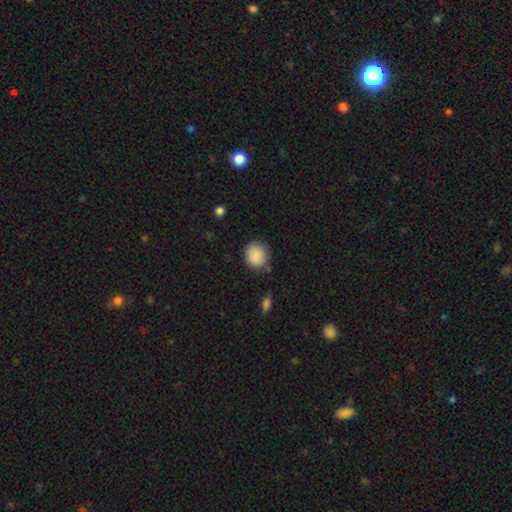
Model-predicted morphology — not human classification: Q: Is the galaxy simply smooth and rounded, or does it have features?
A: smooth — 88%.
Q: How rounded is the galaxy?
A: round — 71%.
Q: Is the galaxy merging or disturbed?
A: none — 78%.